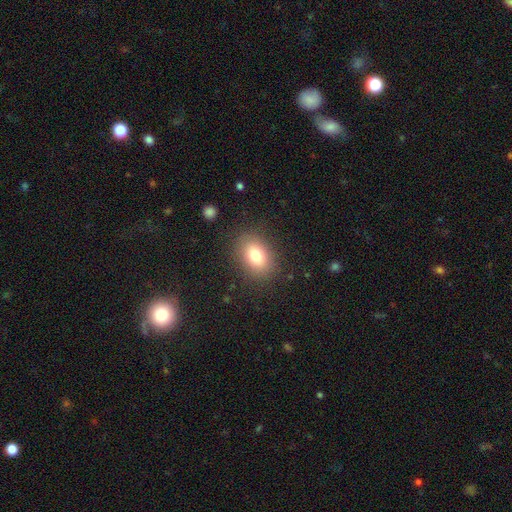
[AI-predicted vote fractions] Smooth or featured? smooth (78%)
How rounded? in between (74%)
Merging? none (85%)